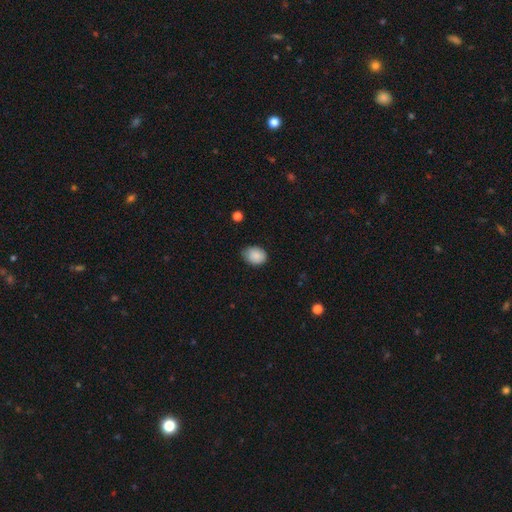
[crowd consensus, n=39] smooth_or_featured: smooth (p=0.92) [alt: featured or disk p=0.05]
how_rounded: in between (p=0.61) [alt: round p=0.39]
merging: none (p=0.71) [alt: minor disturbance p=0.26]